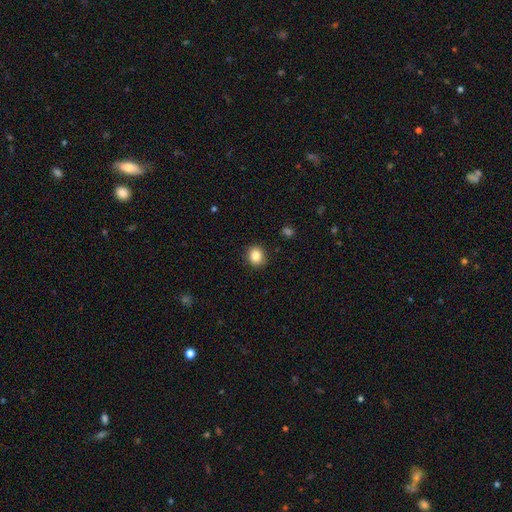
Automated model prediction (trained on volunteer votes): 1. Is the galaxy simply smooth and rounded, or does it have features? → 85% smooth, 10% star or artifact, 6% featured or disk.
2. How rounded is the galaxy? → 76% round, 23% in between, 1% cigar-shaped.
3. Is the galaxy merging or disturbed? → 88% none, 8% minor disturbance, 2% major disturbance, 1% merger.